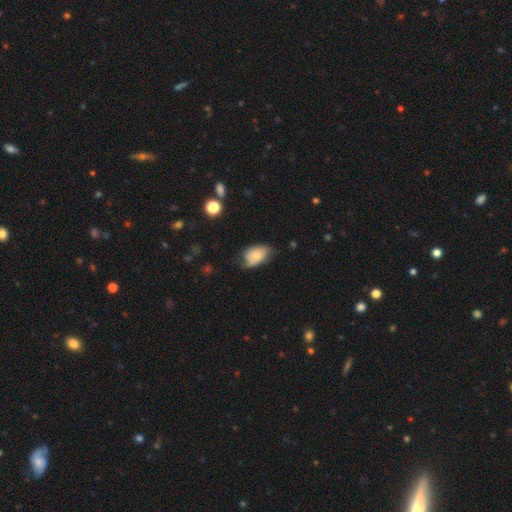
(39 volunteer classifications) This is possibly a smooth galaxy (51%). How rounded: clearly in between (90%). Merging: possibly minor disturbance (51%).